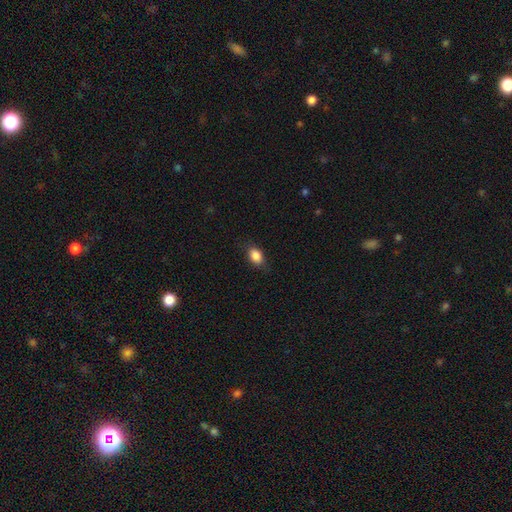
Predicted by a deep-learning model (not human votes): Smooth or featured? smooth (87%)
How rounded? in between (81%)
Merging? none (81%)